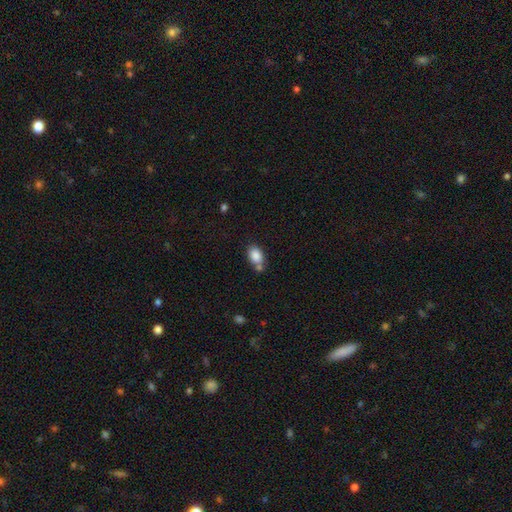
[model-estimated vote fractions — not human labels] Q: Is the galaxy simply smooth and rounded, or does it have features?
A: smooth — 86%.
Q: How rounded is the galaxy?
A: in between — 83%.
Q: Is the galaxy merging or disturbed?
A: none — 57%.